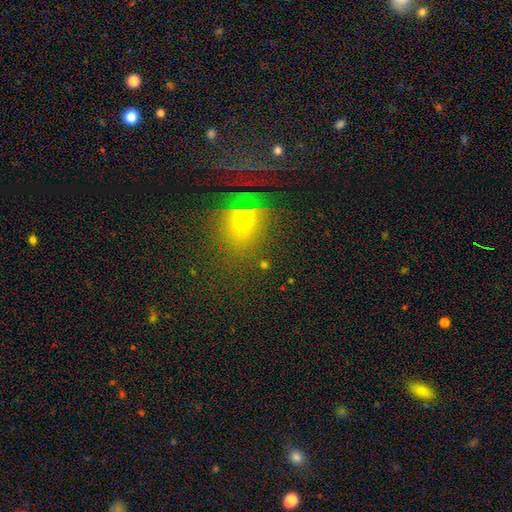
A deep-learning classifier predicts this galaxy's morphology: Smooth or featured: smooth — 49% (star or artifact — 37%)
Merging: none — 61% (major disturbance — 17%)